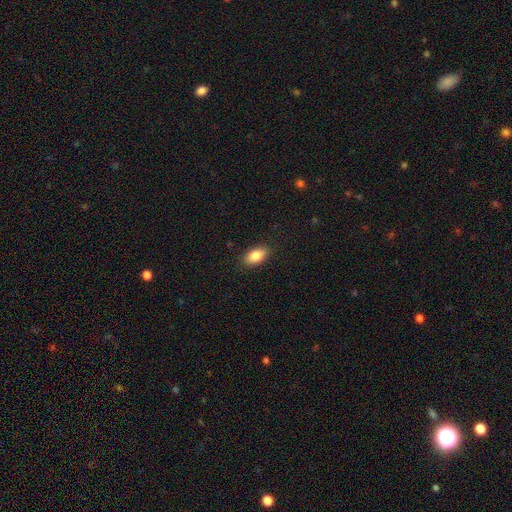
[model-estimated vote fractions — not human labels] Smooth or featured: smooth — 85% (featured or disk — 8%)
How rounded: in between — 91% (round — 5%)
Merging: none — 88% (minor disturbance — 9%)